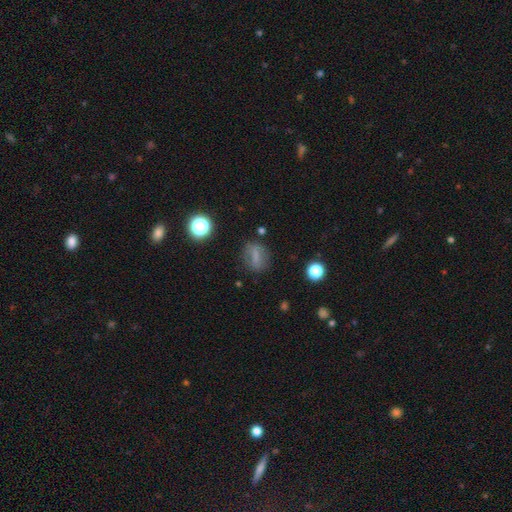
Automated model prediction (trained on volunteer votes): This appears to be a smooth galaxy with no disk features (57%) that is in between round and cigar-shaped (49%). Merging: none (75%).